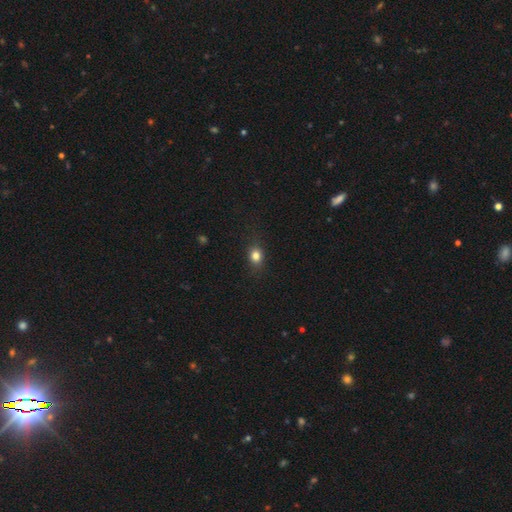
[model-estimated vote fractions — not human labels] Smooth or featured? Predicted: smooth (p=0.80). How rounded? Predicted: round (p=0.52). Merging? Predicted: none (p=0.82).